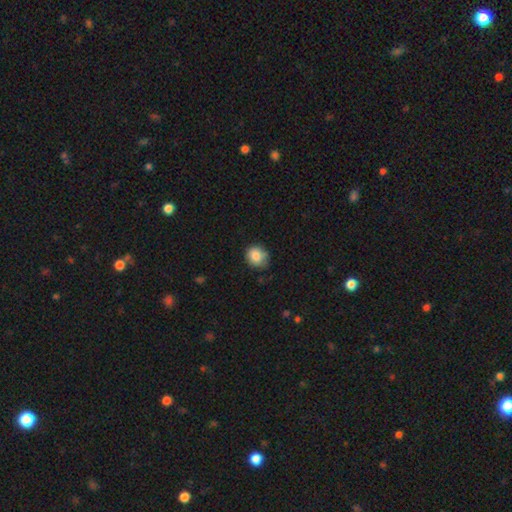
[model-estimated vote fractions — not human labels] Morphology: type=smooth (85%); roundness=round (74%); merging=none (69%).